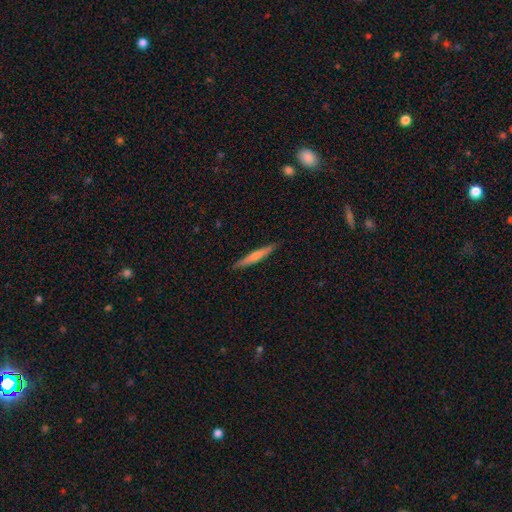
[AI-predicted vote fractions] A smooth galaxy with no disk features (57%) that is cigar-shaped (94%). Merging: none (89%).